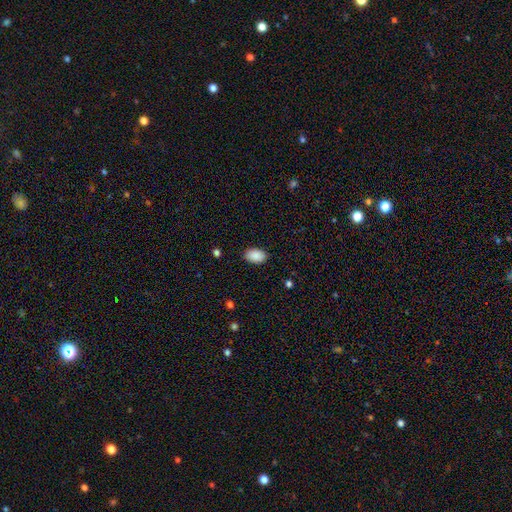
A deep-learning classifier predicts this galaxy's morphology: smooth-or-featured: smooth: 90% | star or artifact: 7% | featured or disk: 3%
  how-rounded: in between: 91% | round: 8% | cigar-shaped: 1%
  merging: none: 87% | minor disturbance: 9% | major disturbance: 2% | merger: 1%